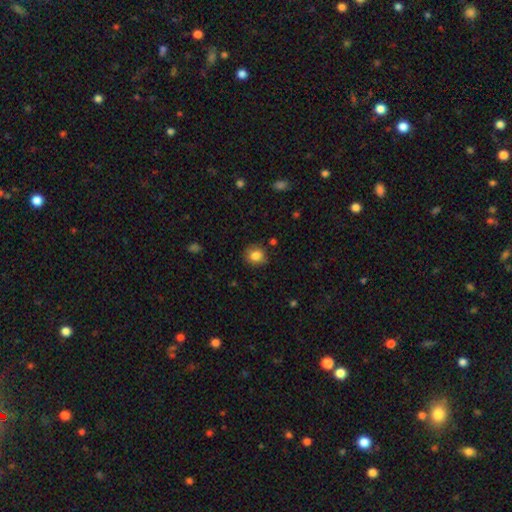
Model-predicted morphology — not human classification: This is clearly a smooth galaxy (83%). How rounded: clearly round (81%). Merging: clearly none (80%).